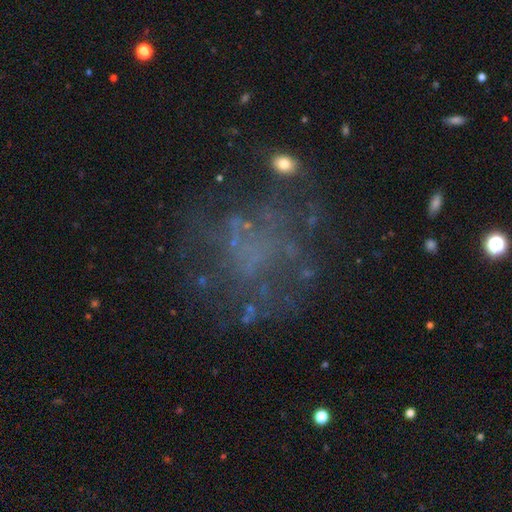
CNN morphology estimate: Overall: featured or disk (54%; star or artifact 26%). Edge-on disk: no (98%). Bar: no (91%). Spiral arms: no (81%). Bulge size: none (81%). Merging: none (59%; major disturbance 22%).